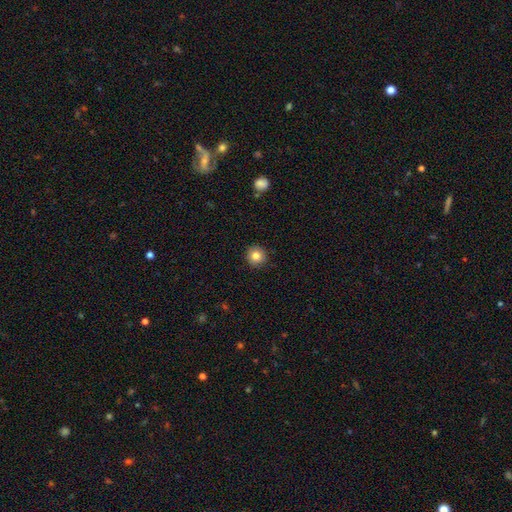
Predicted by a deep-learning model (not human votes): Smooth or featured: smooth — 82% (star or artifact — 10%)
How rounded: round — 93% (in between — 6%)
Merging: none — 90% (minor disturbance — 7%)